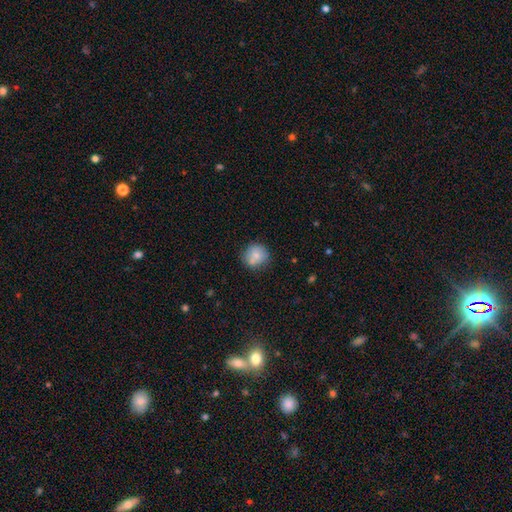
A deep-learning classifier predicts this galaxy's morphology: Smooth or featured?
  - smooth: 77% *
  - featured or disk: 15%
  - star or artifact: 9%
How rounded?
  - round: 89% *
  - in between: 10%
  - cigar-shaped: 1%
Merging?
  - none: 67% *
  - merger: 15%
  - minor disturbance: 15%
  - major disturbance: 4%